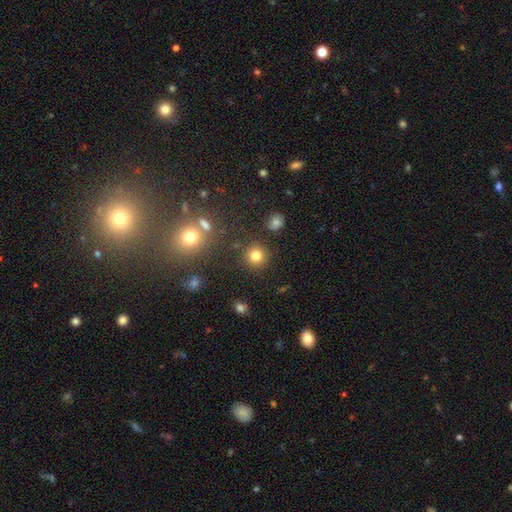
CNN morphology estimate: smooth 80%, star or artifact 14%, featured or disk 6%. Down the decision tree: how rounded — round (94%); merging — none (87%).